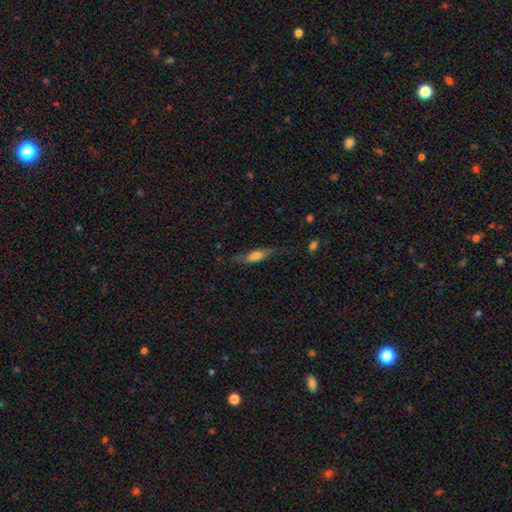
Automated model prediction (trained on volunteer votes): Smooth or featured? smooth (55%)
How rounded? cigar-shaped (58%)
Merging? none (65%)